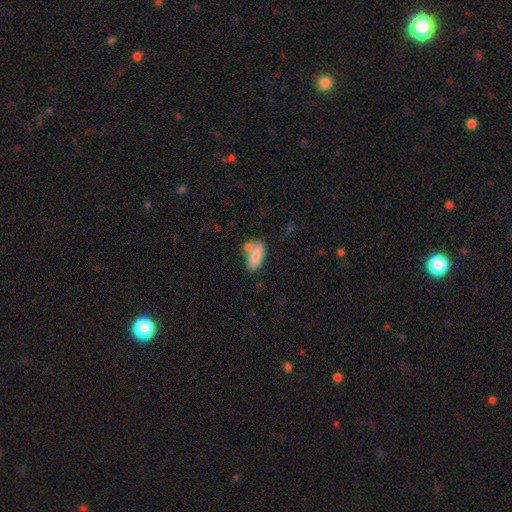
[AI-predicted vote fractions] smooth_or_featured: smooth (p=0.81) [alt: featured or disk p=0.12]
how_rounded: in between (p=0.86) [alt: cigar-shaped p=0.11]
merging: none (p=0.43) [alt: merger p=0.35]